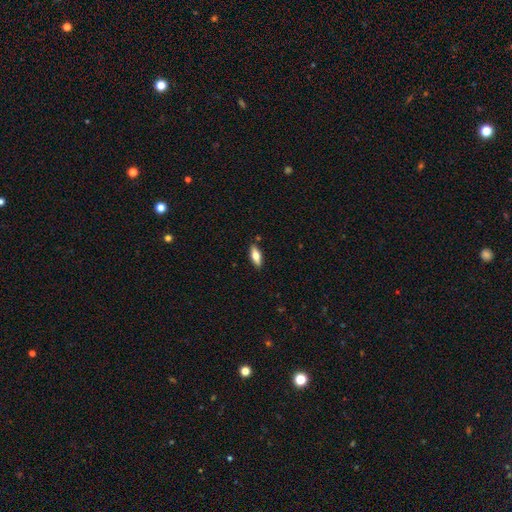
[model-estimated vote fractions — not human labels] A smooth galaxy with no disk features (63%) that is in between round and cigar-shaped (67%).

Vote fractions:
- Smooth or featured? smooth: 63% / featured or disk: 31% / star or artifact: 6%
- How rounded? in between: 67% / cigar-shaped: 30% / round: 3%
- Merging? none: 88% / minor disturbance: 9% / major disturbance: 2% / merger: 2%